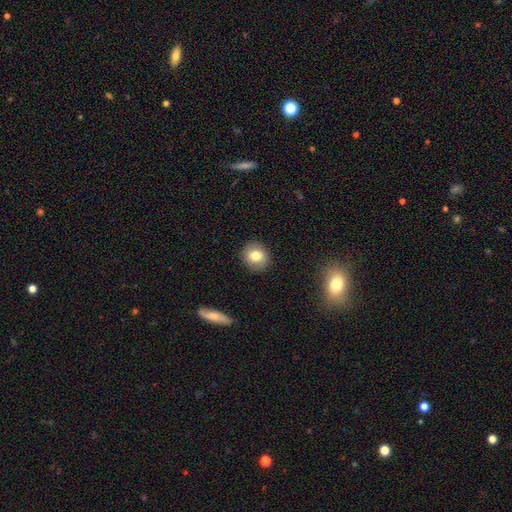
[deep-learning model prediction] smooth-or-featured: smooth: 77% | featured or disk: 14% | star or artifact: 9%
  how-rounded: round: 84% | in between: 15% | cigar-shaped: 1%
  merging: none: 89% | minor disturbance: 8% | major disturbance: 2% | merger: 1%